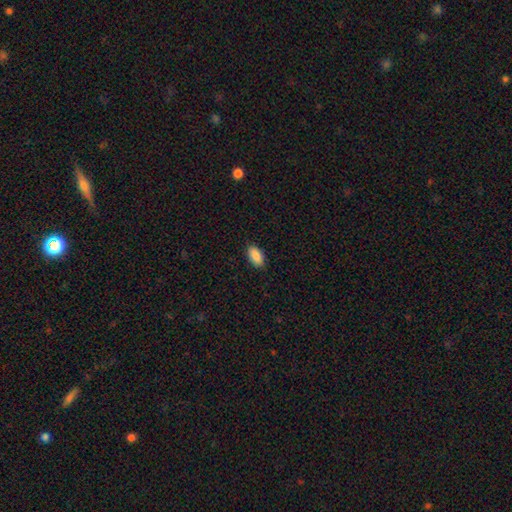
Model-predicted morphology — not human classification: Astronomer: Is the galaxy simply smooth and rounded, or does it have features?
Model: smooth — 89%.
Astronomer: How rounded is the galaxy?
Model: in between — 93%.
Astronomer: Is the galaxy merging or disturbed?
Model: none — 87%.